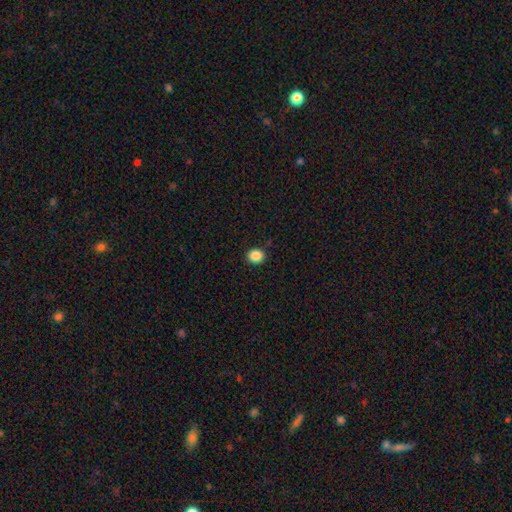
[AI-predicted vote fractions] Smooth or featured: smooth — 87% (star or artifact — 10%)
How rounded: round — 77% (in between — 22%)
Merging: none — 91% (minor disturbance — 6%)